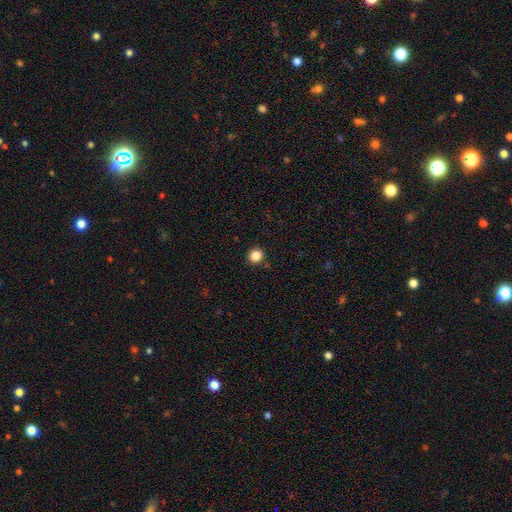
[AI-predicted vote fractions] Smooth or featured? smooth (86%)
How rounded? round (90%)
Merging? none (91%)